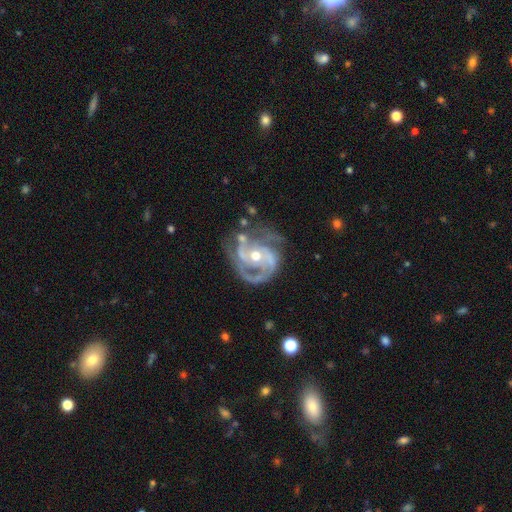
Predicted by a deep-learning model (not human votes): A featured or disk galaxy (91%) with no bar (59%), 2 (46%) tight (49%) spiral arms (97%) and a moderate central bulge (65%).

Vote fractions:
- Smooth or featured? featured or disk: 91% / star or artifact: 5% / smooth: 4%
- Edge-on disk? no: 98% / yes: 2%
- Bar? no: 59% / weak: 28% / strong: 12%
- Spiral arms? yes: 97% / no: 3%
- Spiral winding? tight: 49% / medium: 42% / loose: 9%
- Spiral arm count? 2: 46% / 3: 29% / can't tell: 11% / 1: 5% / 4: 5% / more than 4: 4%
- Bulge size? moderate: 65% / small: 30% / large: 3% / none: 1% / dominant: 1%
- Merging? none: 59% / minor disturbance: 23% / major disturbance: 15% / merger: 4%